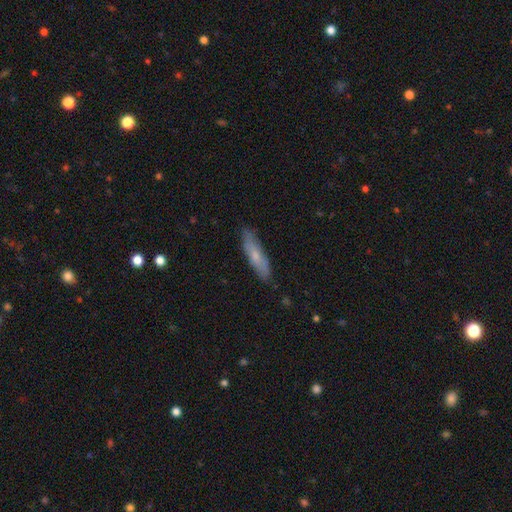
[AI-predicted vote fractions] smooth 60%, featured or disk 33%, star or artifact 6%. Down the decision tree: how rounded — cigar-shaped (75%); merging — none (82%).